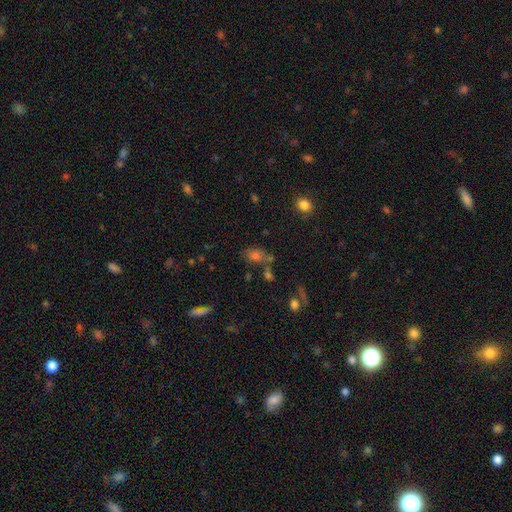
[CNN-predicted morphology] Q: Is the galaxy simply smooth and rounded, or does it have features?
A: smooth — 62%.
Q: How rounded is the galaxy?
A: in between — 67%.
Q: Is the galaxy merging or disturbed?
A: none — 55%.